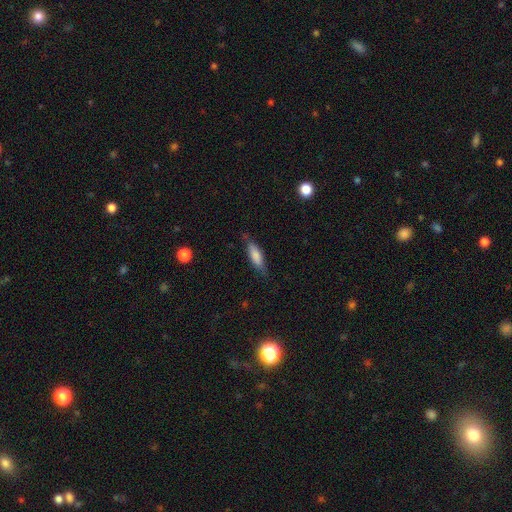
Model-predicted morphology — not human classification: smooth_or_featured: smooth (p=0.78) [alt: featured or disk p=0.16]
how_rounded: cigar-shaped (p=0.52) [alt: in between p=0.46]
merging: none (p=0.73) [alt: minor disturbance p=0.20]